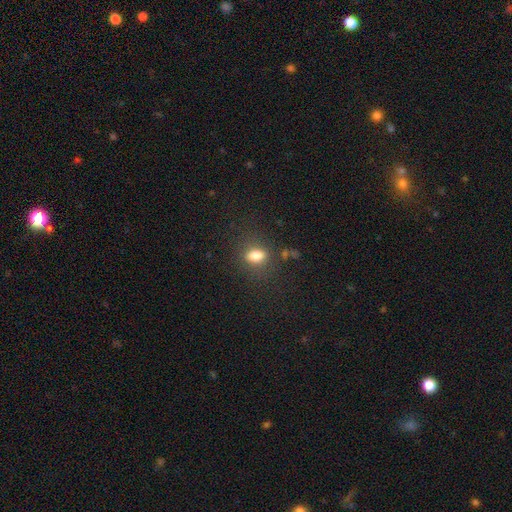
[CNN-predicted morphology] smooth-or-featured: smooth: 79% | star or artifact: 12% | featured or disk: 10%
  how-rounded: in between: 74% | round: 21% | cigar-shaped: 5%
  merging: none: 79% | minor disturbance: 13% | major disturbance: 5% | merger: 3%